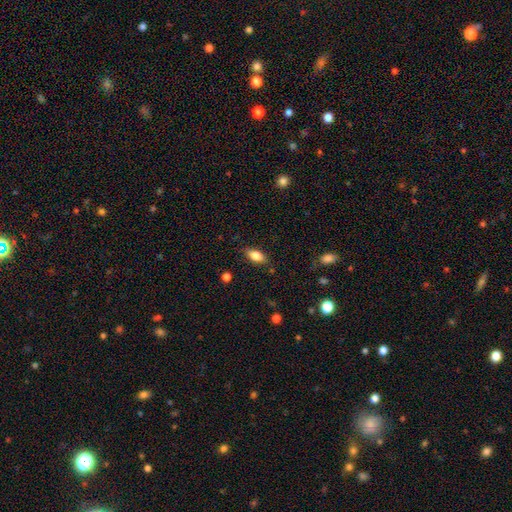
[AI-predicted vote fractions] Morphology: type=smooth (82%); roundness=in between (87%); merging=none (83%).